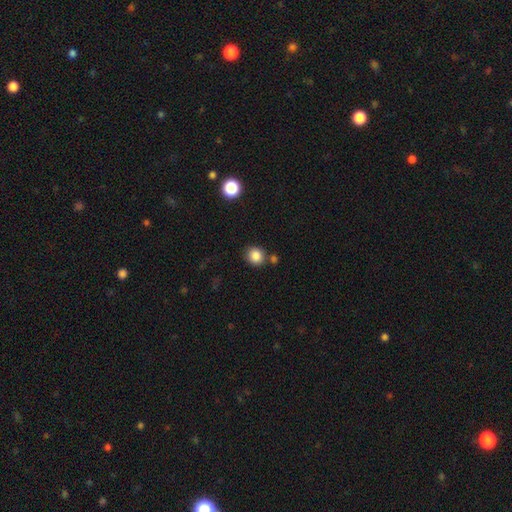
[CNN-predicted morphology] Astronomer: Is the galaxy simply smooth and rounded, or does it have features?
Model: smooth — 85%.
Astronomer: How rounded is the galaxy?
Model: round — 83%.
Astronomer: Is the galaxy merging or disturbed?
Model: none — 77%.